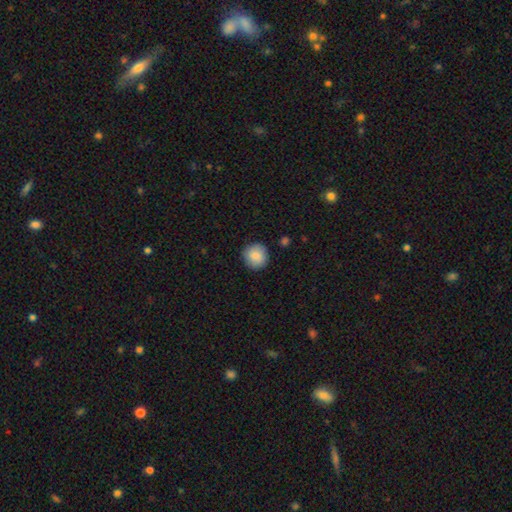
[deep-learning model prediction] smooth 87%, star or artifact 7%, featured or disk 6%. Down the decision tree: how rounded — round (91%); merging — none (88%).